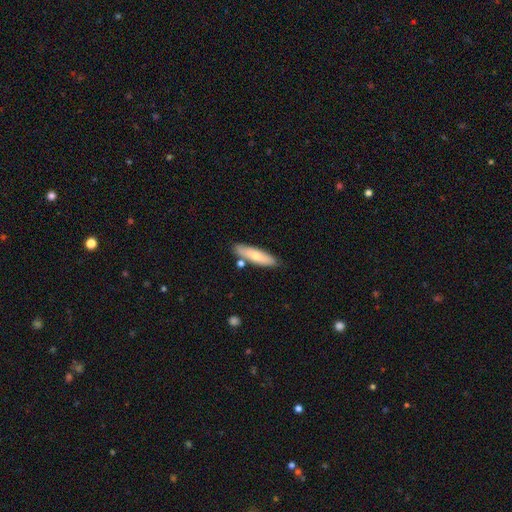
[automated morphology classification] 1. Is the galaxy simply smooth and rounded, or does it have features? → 69% smooth, 25% featured or disk, 6% star or artifact.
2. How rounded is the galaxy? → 65% cigar-shaped, 33% in between, 2% round.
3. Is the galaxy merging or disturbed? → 78% none, 12% minor disturbance, 7% merger, 2% major disturbance.